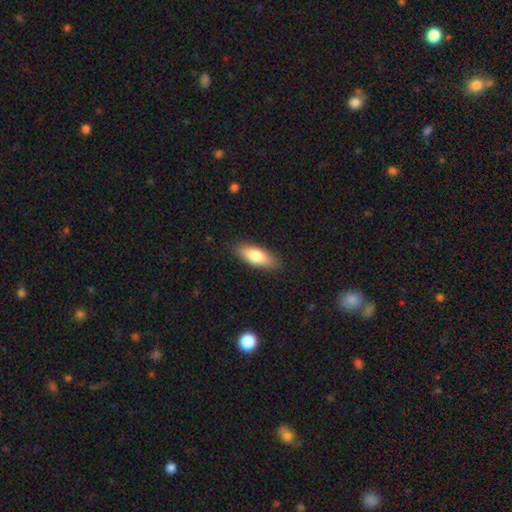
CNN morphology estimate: Q: Smooth or featured?
A: smooth (79%); runner-up: featured or disk (15%)
Q: How rounded?
A: in between (71%); runner-up: cigar-shaped (27%)
Q: Merging?
A: none (86%); runner-up: minor disturbance (10%)